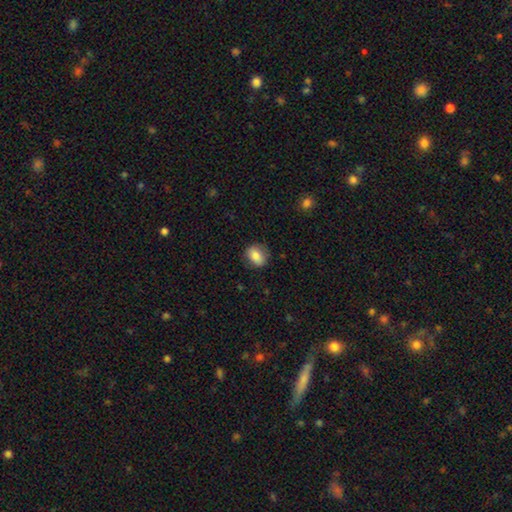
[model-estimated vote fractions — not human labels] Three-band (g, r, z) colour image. It shows a smooth galaxy with no disk features (82%) that is in between round and cigar-shaped (62%). Merging: none (78%).